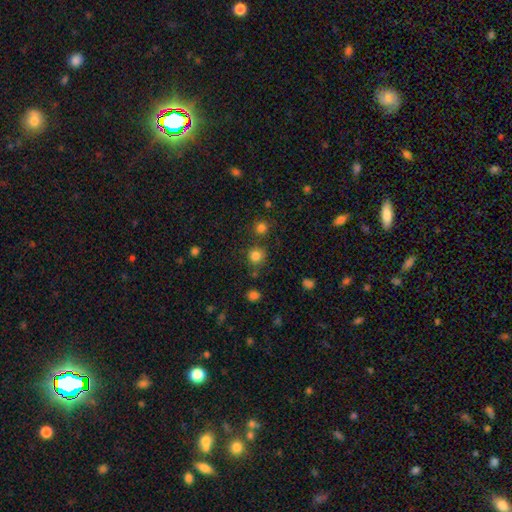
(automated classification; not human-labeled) Smooth or featured: smooth — 81% (star or artifact — 14%)
How rounded: round — 91% (in between — 8%)
Merging: none — 80% (minor disturbance — 9%)